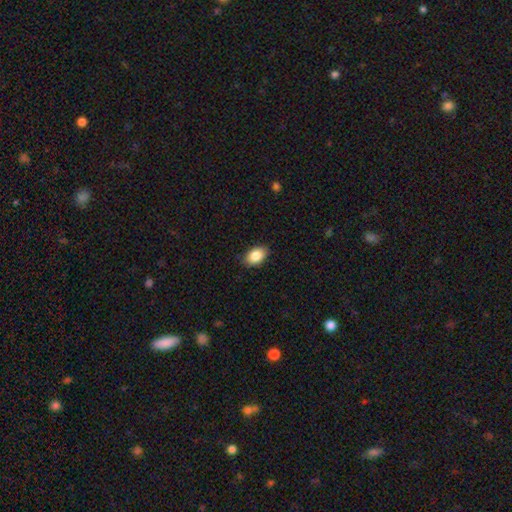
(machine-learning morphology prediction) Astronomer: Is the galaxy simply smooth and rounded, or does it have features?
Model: smooth — 86%.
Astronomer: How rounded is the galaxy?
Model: in between — 89%.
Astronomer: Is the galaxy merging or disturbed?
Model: none — 86%.